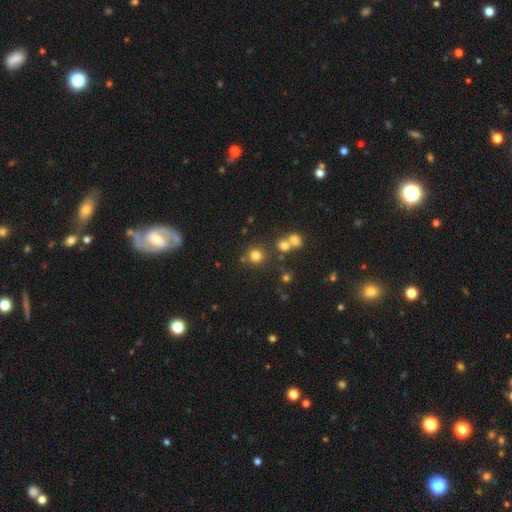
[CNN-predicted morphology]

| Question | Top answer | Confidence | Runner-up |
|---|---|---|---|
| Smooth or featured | smooth | 77% | star or artifact (16%) |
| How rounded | round | 90% | in between (9%) |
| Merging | none | 74% | merger (14%) |